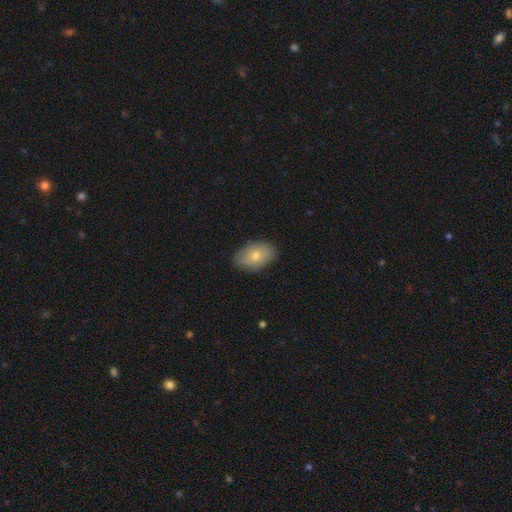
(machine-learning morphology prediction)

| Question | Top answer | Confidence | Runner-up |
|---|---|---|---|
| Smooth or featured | smooth | 75% | featured or disk (19%) |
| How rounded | in between | 89% | round (9%) |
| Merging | none | 82% | minor disturbance (14%) |